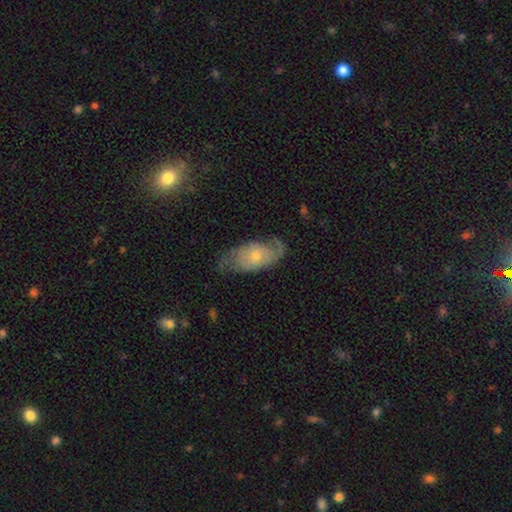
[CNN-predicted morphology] Smooth or featured? Predicted: featured or disk (p=0.71). Edge-on disk? Predicted: no (p=0.93). Bar? Predicted: no (p=0.76). Spiral arms? Predicted: yes (p=0.89). Spiral winding? Predicted: medium (p=0.40). Spiral arm count? Predicted: 2 (p=0.66). Bulge size? Predicted: small (p=0.49). Merging? Predicted: none (p=0.62).